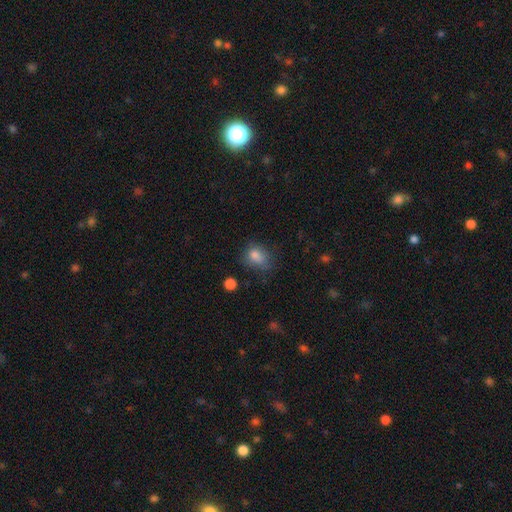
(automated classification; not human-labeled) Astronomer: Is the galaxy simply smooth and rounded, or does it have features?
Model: smooth — 81%.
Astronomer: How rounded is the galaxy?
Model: in between — 60% (runner-up: round, 38%).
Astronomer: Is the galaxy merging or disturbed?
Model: none — 59%.